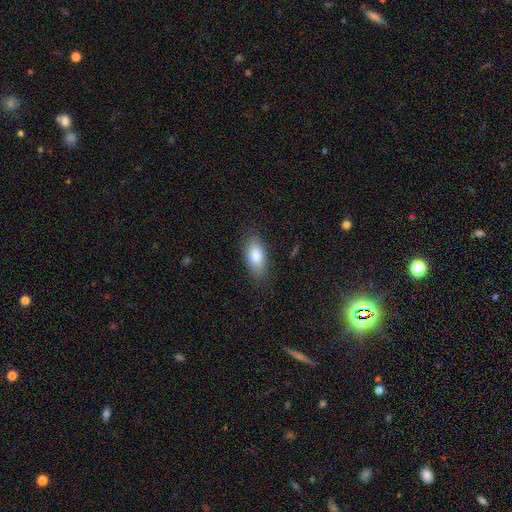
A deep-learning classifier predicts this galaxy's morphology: Smooth or featured? smooth (84%)
How rounded? in between (88%)
Merging? none (83%)